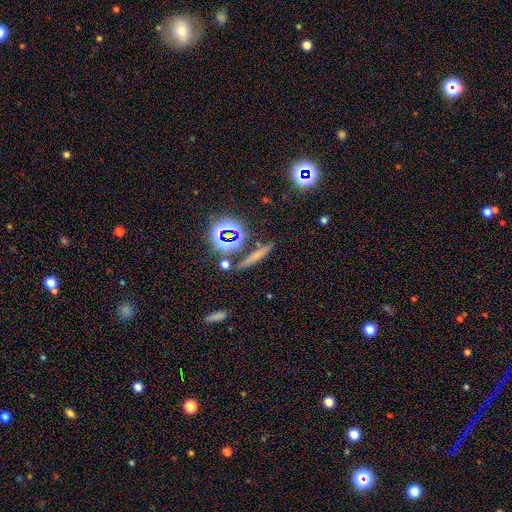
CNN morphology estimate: Smooth or featured: smooth — 53% (star or artifact — 27%)
How rounded: cigar-shaped — 80% (round — 11%)
Merging: none — 80% (minor disturbance — 10%)